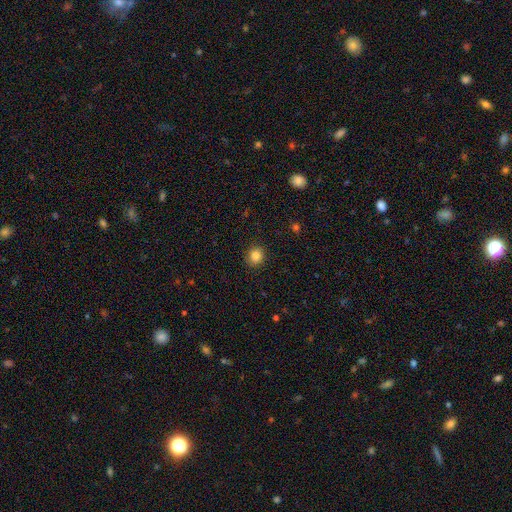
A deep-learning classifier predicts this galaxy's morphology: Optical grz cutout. It shows a smooth galaxy with no disk features (85%) that is round (78%). Merging: none (89%).